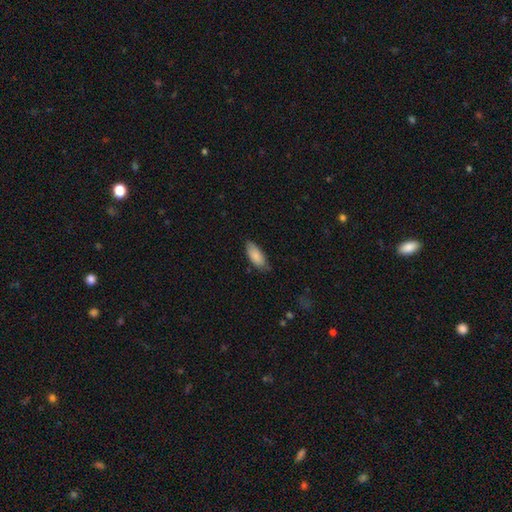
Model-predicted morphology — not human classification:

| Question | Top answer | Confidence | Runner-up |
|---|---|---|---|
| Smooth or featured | smooth | 86% | featured or disk (8%) |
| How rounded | in between | 84% | cigar-shaped (14%) |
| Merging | none | 73% | minor disturbance (22%) |